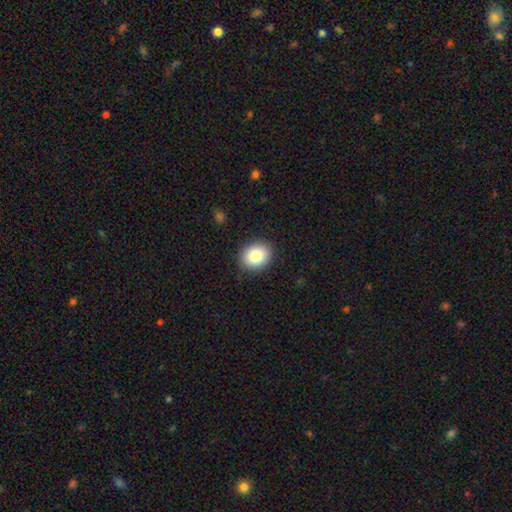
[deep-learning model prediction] A smooth galaxy with no disk features (84%) that is round (52%). Merging: none (89%).